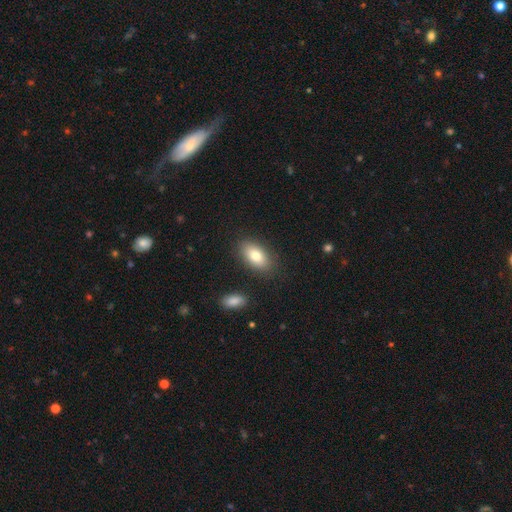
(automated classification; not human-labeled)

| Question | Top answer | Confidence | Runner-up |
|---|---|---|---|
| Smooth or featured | smooth | 80% | featured or disk (12%) |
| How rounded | in between | 91% | round (6%) |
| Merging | none | 85% | minor disturbance (10%) |